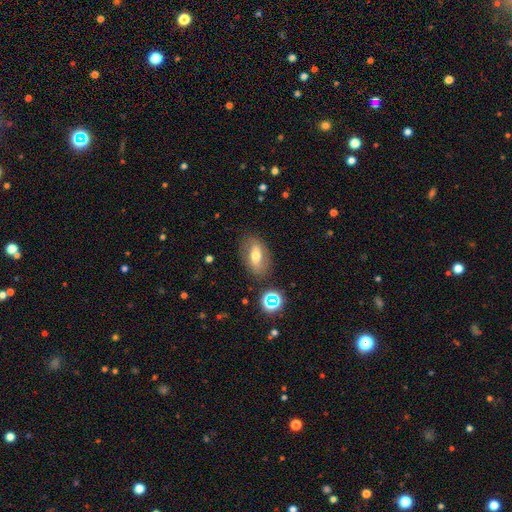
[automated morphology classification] type=smooth (52%); roundness=in between (83%); merging=none (79%).